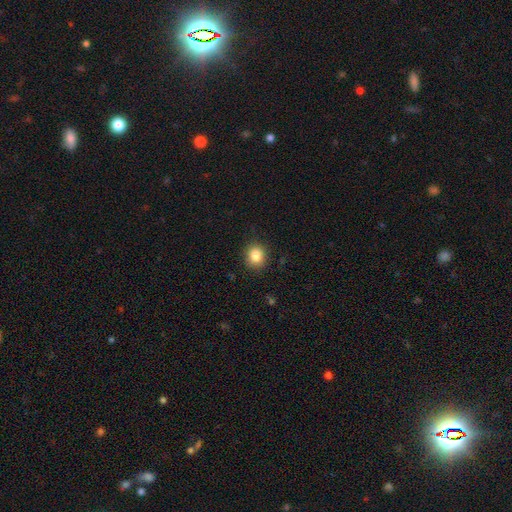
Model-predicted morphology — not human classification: Overall: smooth (84%). How rounded: round (78%). Merging: none (89%).